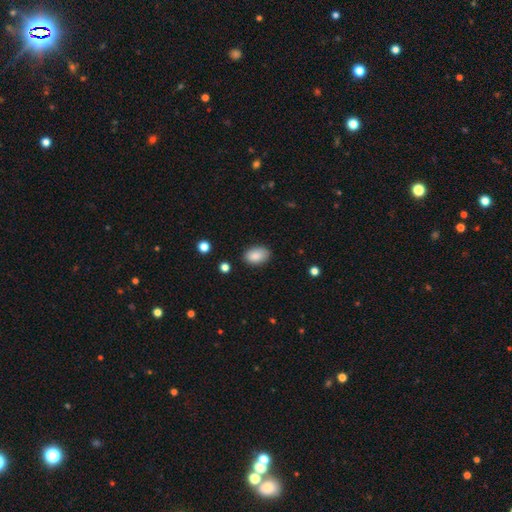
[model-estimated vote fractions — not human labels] Smooth or featured?
  - smooth: 88% *
  - star or artifact: 8%
  - featured or disk: 5%
How rounded?
  - in between: 90% *
  - round: 9%
  - cigar-shaped: 1%
Merging?
  - none: 84% *
  - minor disturbance: 12%
  - major disturbance: 3%
  - merger: 1%